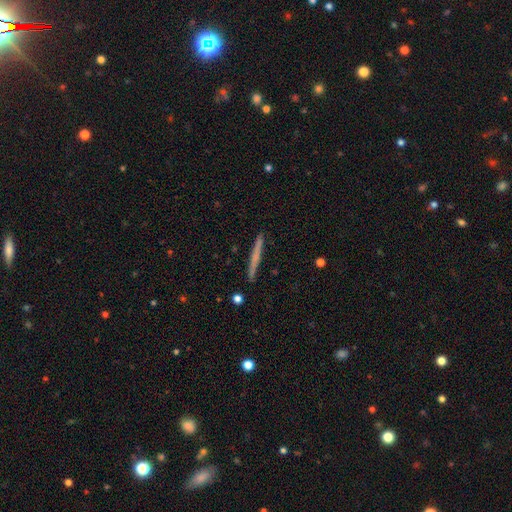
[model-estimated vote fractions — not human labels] This appears to be a smooth galaxy with no disk features (53%) that is cigar-shaped (97%). Merging: none (91%).